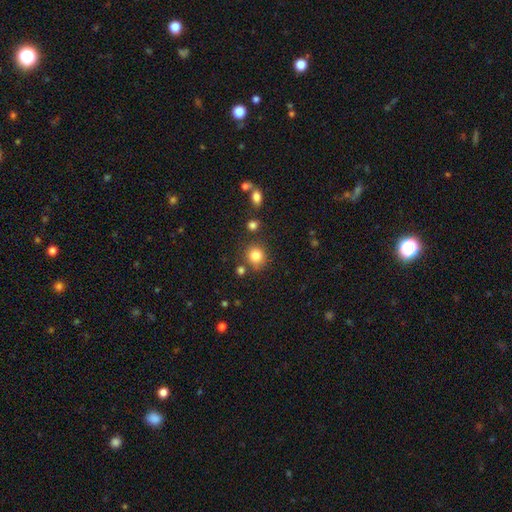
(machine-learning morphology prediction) Smooth or featured? Predicted: smooth (p=0.82). How rounded? Predicted: round (p=0.85). Merging? Predicted: none (p=0.78).